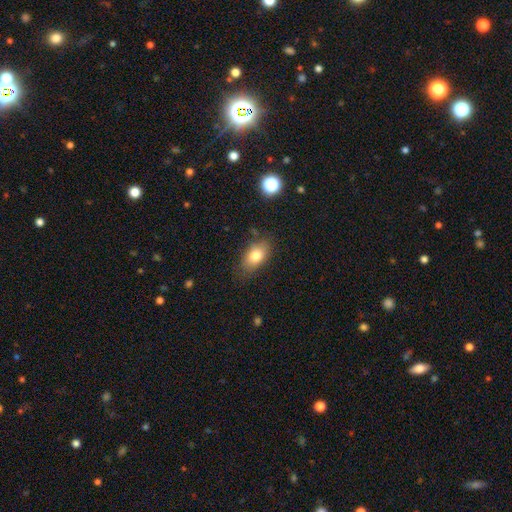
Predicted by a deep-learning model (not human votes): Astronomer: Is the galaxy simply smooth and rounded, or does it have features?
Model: smooth — 78%.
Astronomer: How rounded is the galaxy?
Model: in between — 86%.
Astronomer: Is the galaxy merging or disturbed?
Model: none — 76%.